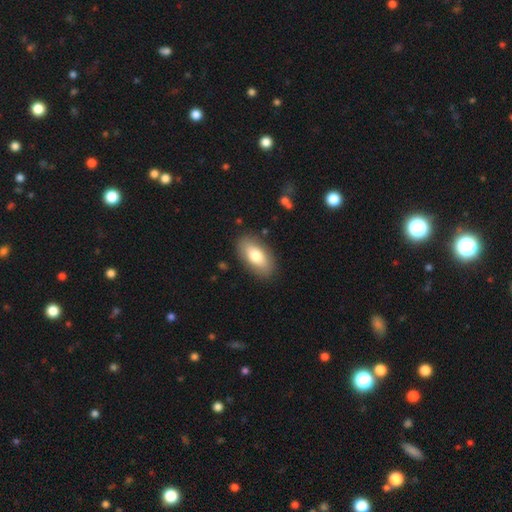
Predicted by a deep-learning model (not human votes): Smooth or featured: smooth — 75% (featured or disk — 18%)
How rounded: in between — 91% (cigar-shaped — 5%)
Merging: none — 86% (minor disturbance — 10%)